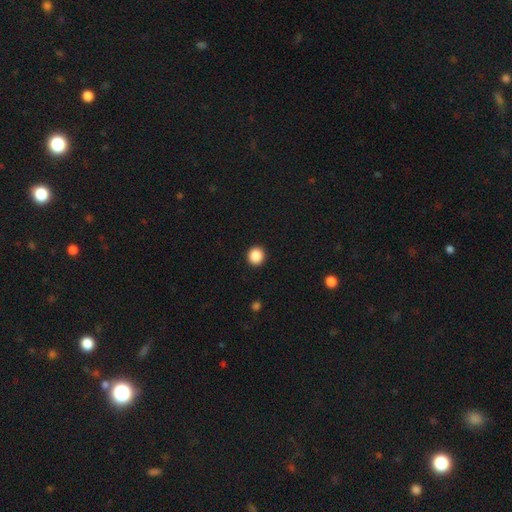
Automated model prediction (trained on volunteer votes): Q: Smooth or featured?
A: smooth (88%); runner-up: star or artifact (9%)
Q: How rounded?
A: round (91%); runner-up: in between (8%)
Q: Merging?
A: none (93%); runner-up: minor disturbance (4%)